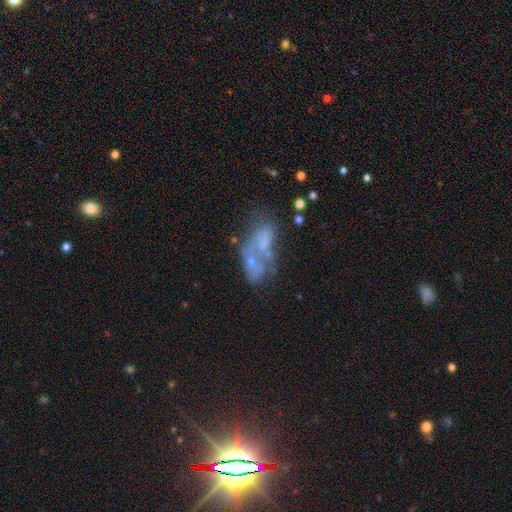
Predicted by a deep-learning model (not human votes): This appears to be a featured or disk galaxy (49%). Merging: merger (47%).